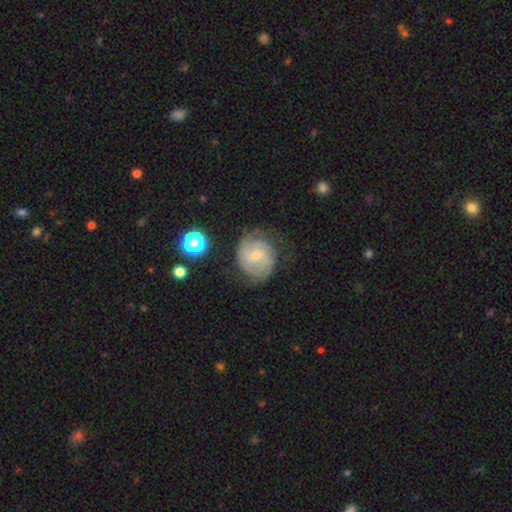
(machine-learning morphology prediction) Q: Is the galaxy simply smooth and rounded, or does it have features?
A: featured or disk — 74%.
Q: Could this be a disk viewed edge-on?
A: no — 98%.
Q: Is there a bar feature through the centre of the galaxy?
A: no — 51%.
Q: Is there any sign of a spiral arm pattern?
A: yes — 94%.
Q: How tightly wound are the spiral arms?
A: tight — 57%.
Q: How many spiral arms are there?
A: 2 — 44%.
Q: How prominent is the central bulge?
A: small — 65%.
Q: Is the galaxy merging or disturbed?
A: none — 67%.